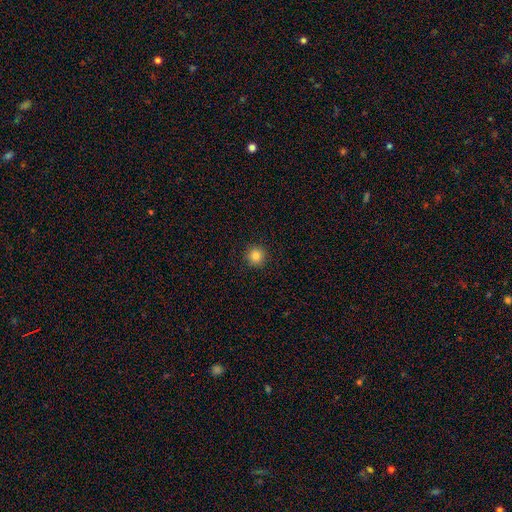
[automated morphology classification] This appears to be a smooth galaxy with no disk features (83%) that is round (95%). Merging: none (93%).